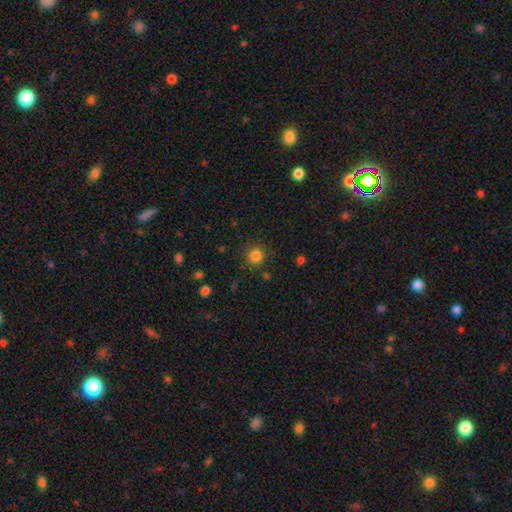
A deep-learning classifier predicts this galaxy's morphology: smooth_or_featured: smooth (p=0.83) [alt: star or artifact p=0.13]
how_rounded: round (p=0.89) [alt: in between p=0.10]
merging: none (p=0.87) [alt: minor disturbance p=0.09]